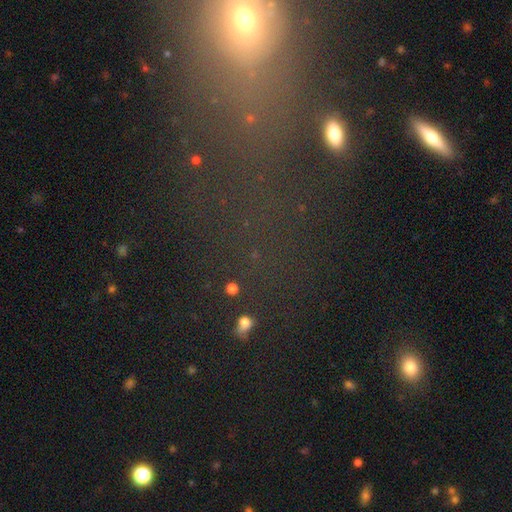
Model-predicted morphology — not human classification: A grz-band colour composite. It shows a star or artifact, not a galaxy (48%).